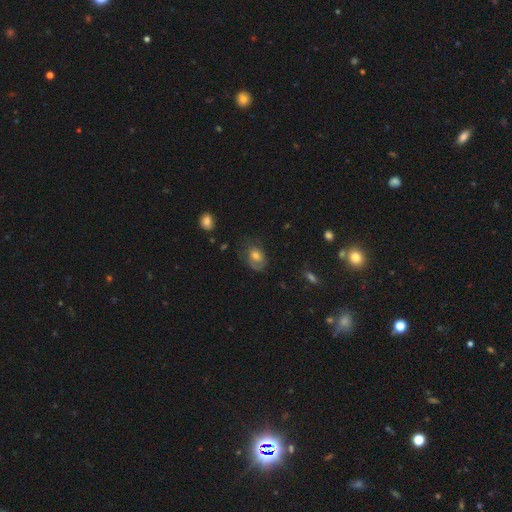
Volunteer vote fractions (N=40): Q: Smooth or featured?
A: featured or disk (62%); runner-up: smooth (25%)
Q: Edge-on disk?
A: no (88%); runner-up: yes (12%)
Q: Bar?
A: no (77%); runner-up: weak (23%)
Q: Spiral arms?
A: yes (68%); runner-up: no (32%)
Q: Spiral winding?
A: tight (47%); tied with: medium (47%)
Q: Spiral arm count?
A: 2 (40%); runner-up: can't tell (33%)
Q: Bulge size?
A: moderate (59%); runner-up: small (23%)
Q: Merging?
A: none (40%); runner-up: minor disturbance (29%)